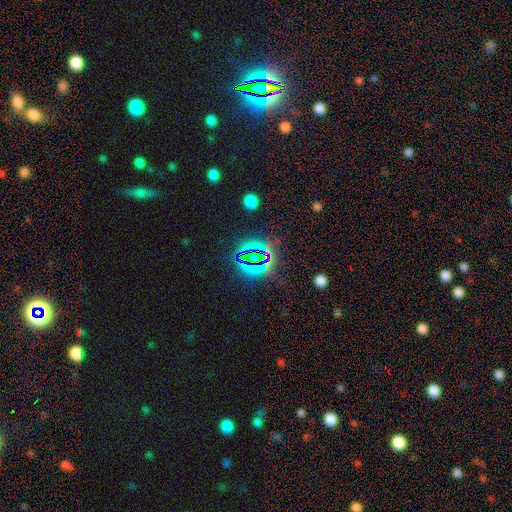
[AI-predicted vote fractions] This appears to be a star or artifact, not a galaxy (77%).